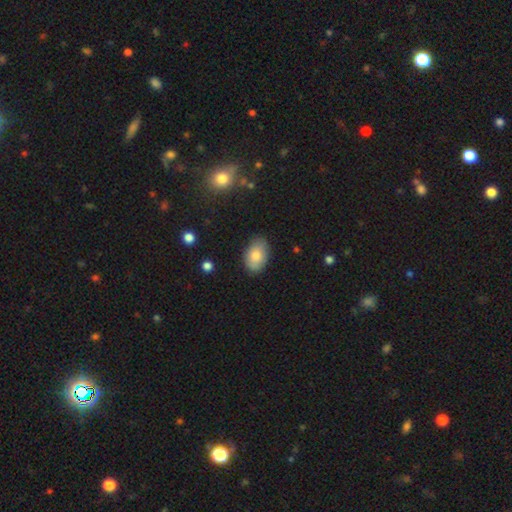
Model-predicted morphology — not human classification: Smooth or featured? Predicted: smooth (p=0.80). How rounded? Predicted: in between (p=0.89). Merging? Predicted: none (p=0.79).